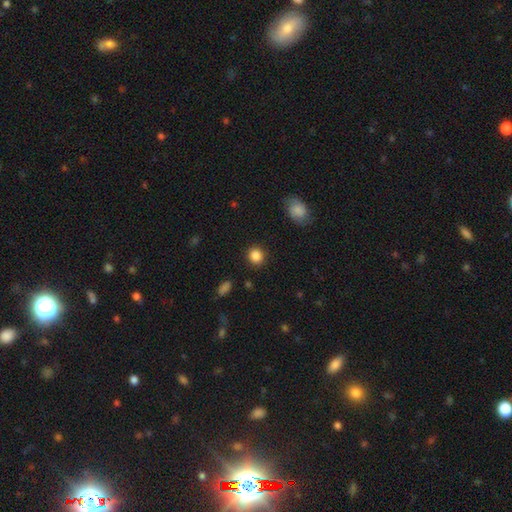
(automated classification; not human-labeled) A smooth galaxy with no disk features (86%) that is round (85%). Merging: none (89%).